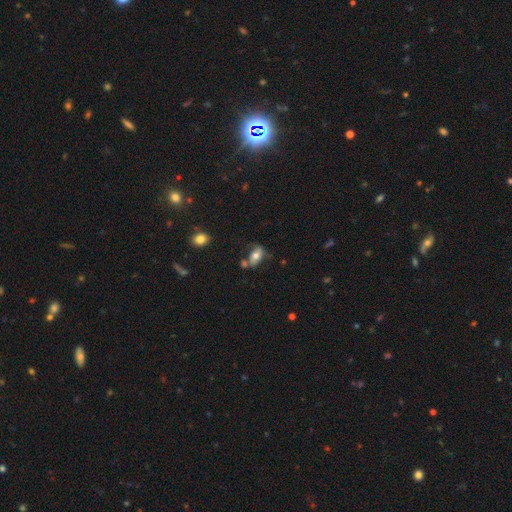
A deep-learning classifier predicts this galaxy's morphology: This is likely a smooth galaxy (66%). How rounded: clearly in between (88%). Merging: possibly none (51%).